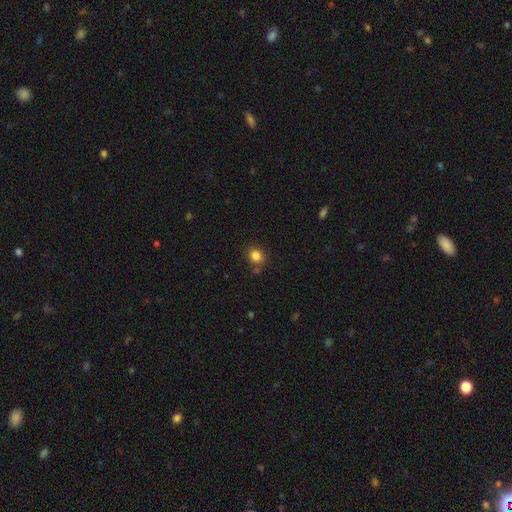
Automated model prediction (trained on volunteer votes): smooth 84%, star or artifact 12%, featured or disk 5%. Down the decision tree: how rounded — round (66%); merging — none (78%).